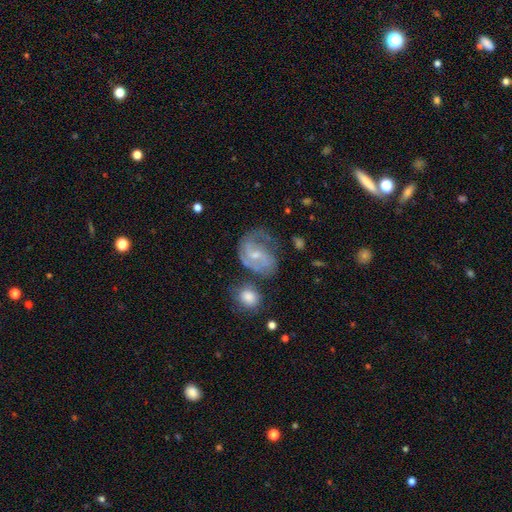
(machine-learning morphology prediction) featured or disk 77%, smooth 17%, star or artifact 7%. Down the decision tree: edge-on disk — no (98%); bar — weak (46%); spiral arms — yes (89%); spiral arm count — 2 (52%); spiral winding — medium (45%); bulge size — small (60%); merging — none (42%).